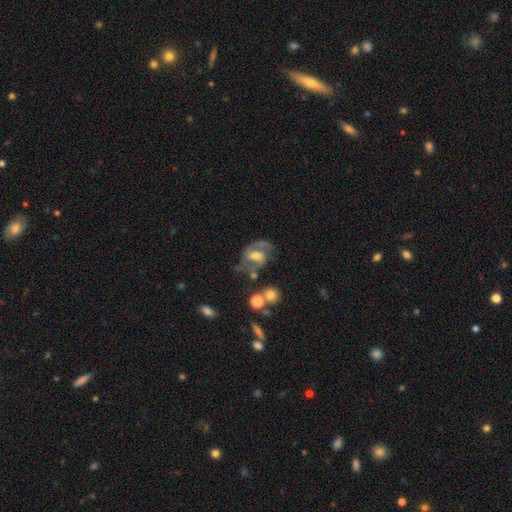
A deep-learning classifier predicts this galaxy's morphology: smooth_or_featured: featured or disk (p=0.80) [alt: smooth p=0.13]
disk_edge_on: no (p=0.97) [alt: yes p=0.03]
bar: weak (p=0.47) [alt: no p=0.28]
has_spiral_arms: yes (p=0.92) [alt: no p=0.08]
spiral_winding: medium (p=0.56) [alt: loose p=0.24]
spiral_arm_count: 2 (p=0.85) [alt: can't tell p=0.06]
bulge_size: moderate (p=0.61) [alt: small p=0.25]
merging: none (p=0.60) [alt: minor disturbance p=0.20]